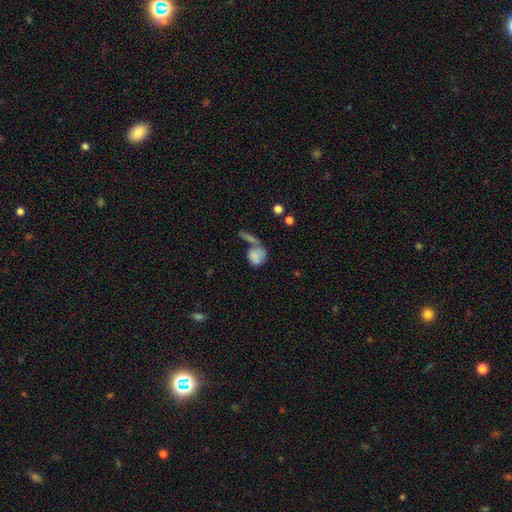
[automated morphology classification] This appears to be a smooth galaxy with no disk features (74%) that is round (52%). Merging: merger (39%).